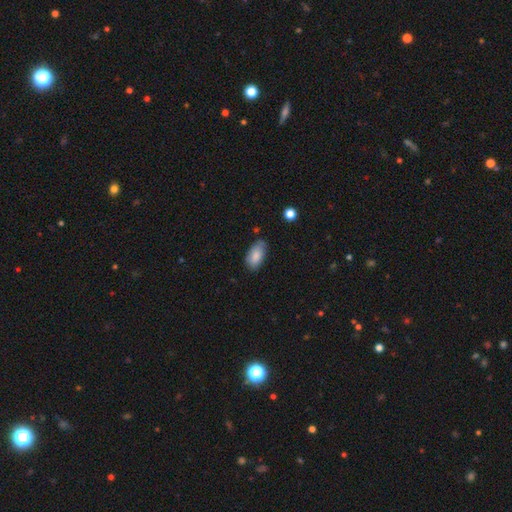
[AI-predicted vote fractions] Smooth or featured? Predicted: smooth (p=0.85). How rounded? Predicted: in between (p=0.93). Merging? Predicted: none (p=0.71).